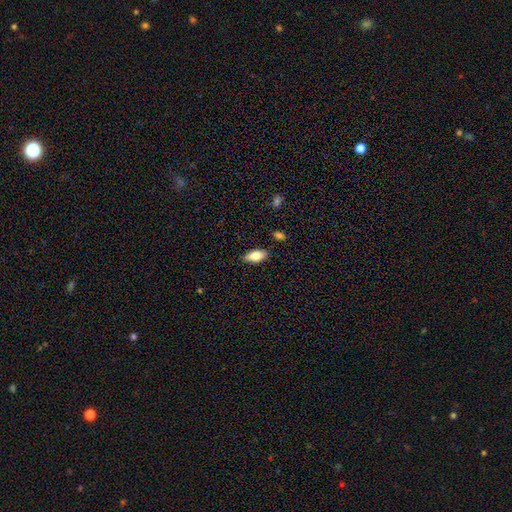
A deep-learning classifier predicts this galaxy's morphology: Smooth or featured: smooth — 81% (featured or disk — 12%)
How rounded: in between — 88% (cigar-shaped — 9%)
Merging: none — 86% (minor disturbance — 11%)